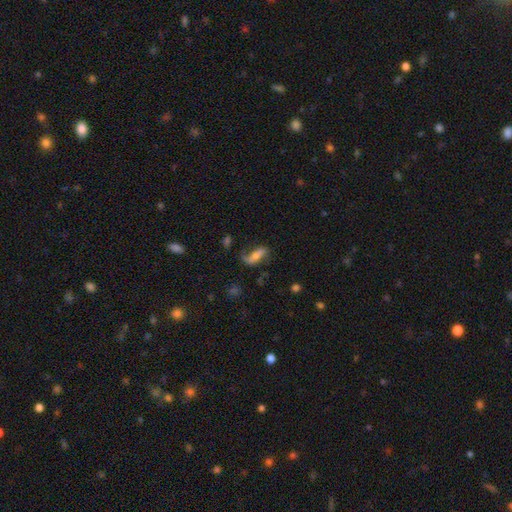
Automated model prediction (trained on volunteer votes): Smooth or featured? Predicted: featured or disk (p=0.51). Edge-on disk? Predicted: no (p=0.81). Merging? Predicted: none (p=0.53).